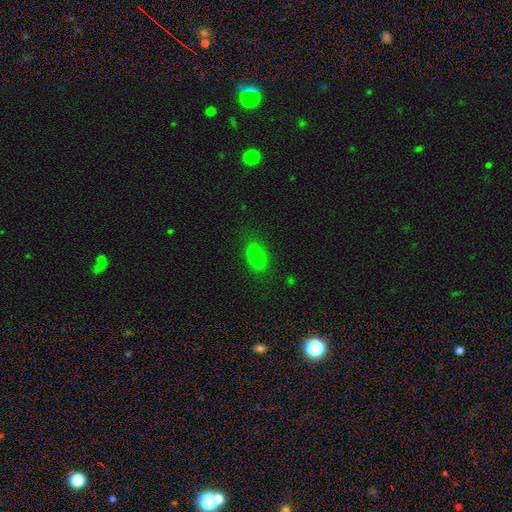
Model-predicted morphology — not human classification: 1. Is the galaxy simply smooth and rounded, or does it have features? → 76% smooth, 17% star or artifact, 7% featured or disk.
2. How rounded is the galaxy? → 88% in between, 7% round, 5% cigar-shaped.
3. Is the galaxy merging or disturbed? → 68% none, 20% minor disturbance, 9% major disturbance, 2% merger.